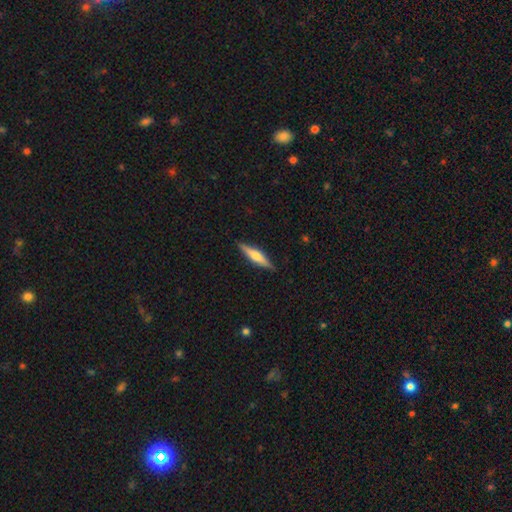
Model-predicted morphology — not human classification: Overall: featured or disk (57%; smooth 37%). Edge-on disk: yes (96%). Edge-on bulge: rounded (83%). Merging: none (90%).